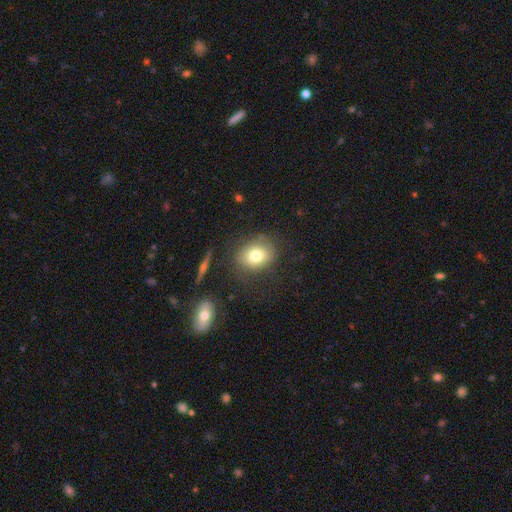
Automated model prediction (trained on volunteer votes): A smooth galaxy with no disk features (75%) that is round (53%). Merging: none (75%).